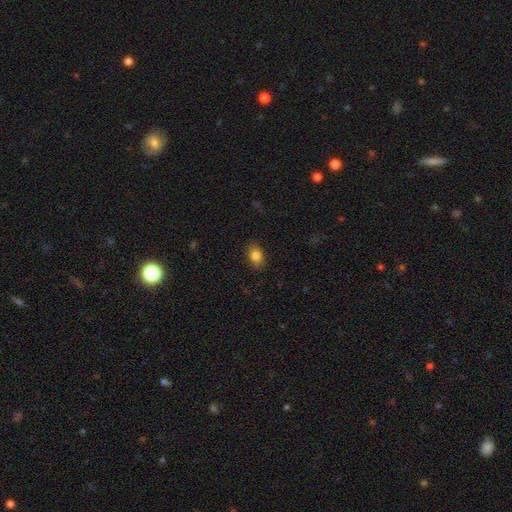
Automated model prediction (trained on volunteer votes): smooth 83%, star or artifact 10%, featured or disk 8%. Down the decision tree: how rounded — in between (76%); merging — none (87%).